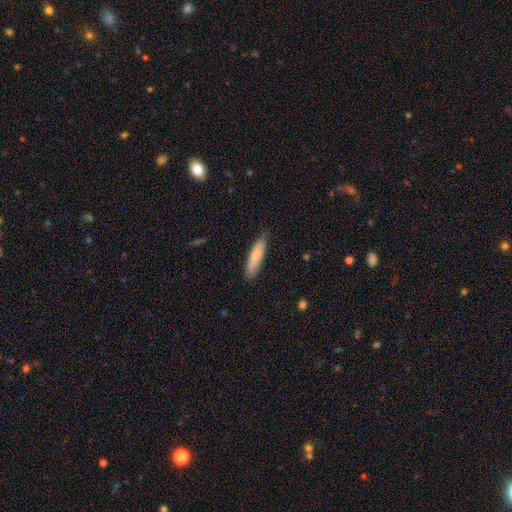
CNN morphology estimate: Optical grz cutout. It shows a smooth galaxy with no disk features (77%) that is cigar-shaped (74%). Merging: none (80%).